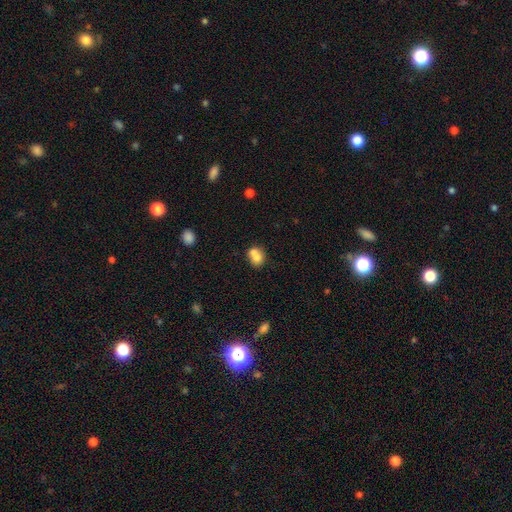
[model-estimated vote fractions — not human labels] Q: Smooth or featured?
A: smooth (73%); runner-up: featured or disk (17%)
Q: How rounded?
A: round (59%); runner-up: in between (40%)
Q: Merging?
A: merger (58%); runner-up: none (30%)